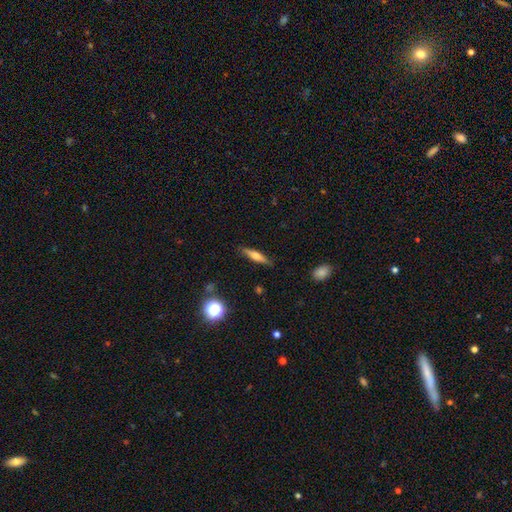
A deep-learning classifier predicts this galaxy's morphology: smooth_or_featured: smooth (p=0.52) [alt: featured or disk p=0.39]
how_rounded: cigar-shaped (p=0.79) [alt: in between p=0.18]
merging: none (p=0.86) [alt: minor disturbance p=0.10]